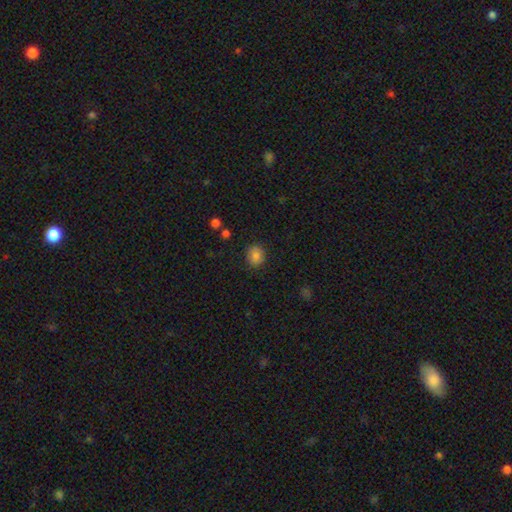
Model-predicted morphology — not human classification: Smooth or featured? Predicted: smooth (p=0.84). How rounded? Predicted: round (p=0.71). Merging? Predicted: none (p=0.84).